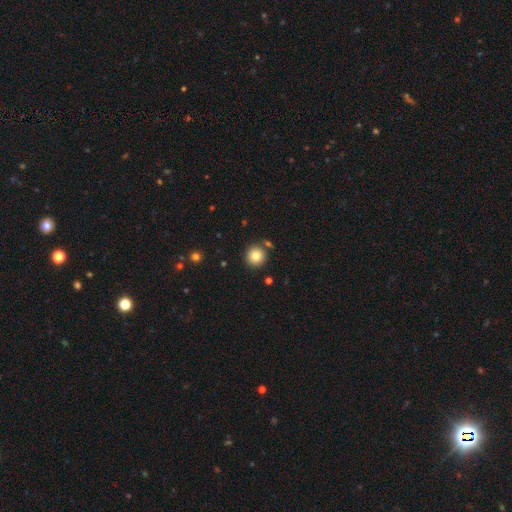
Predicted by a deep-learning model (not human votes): The model was most divided on "smooth or featured": smooth: 83%, star or artifact: 10%, featured or disk: 6%. More confident: how rounded — round (94%); merging — none (85%).